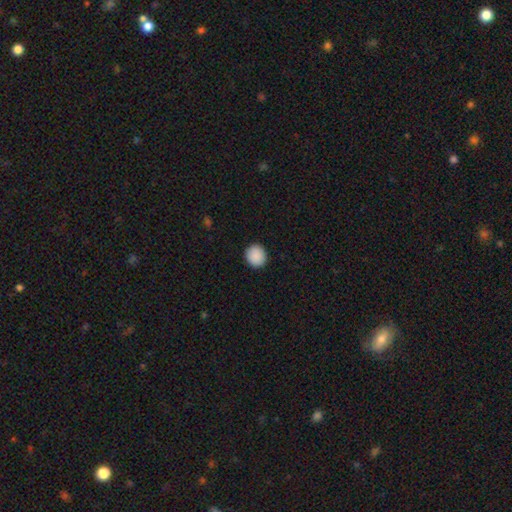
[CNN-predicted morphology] type=smooth (90%); roundness=round (87%); merging=none (92%).